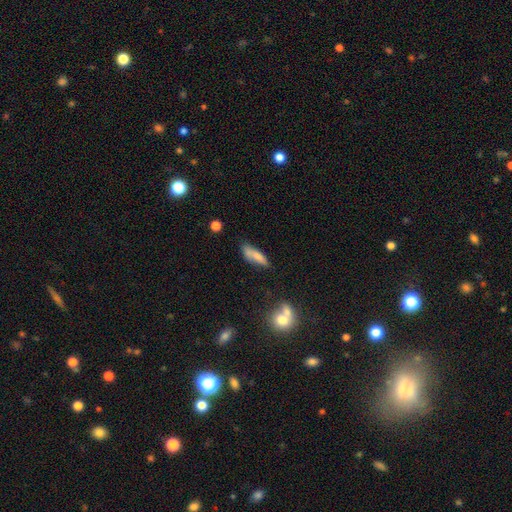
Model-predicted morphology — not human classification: This appears to be a smooth galaxy with no disk features (76%) that is cigar-shaped (52%). Merging: none (56%).